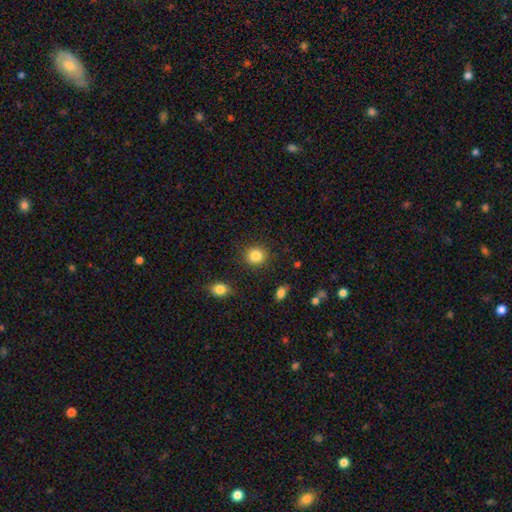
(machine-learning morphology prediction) Smooth or featured: smooth — 85% (star or artifact — 10%)
How rounded: round — 85% (in between — 14%)
Merging: none — 89% (minor disturbance — 7%)